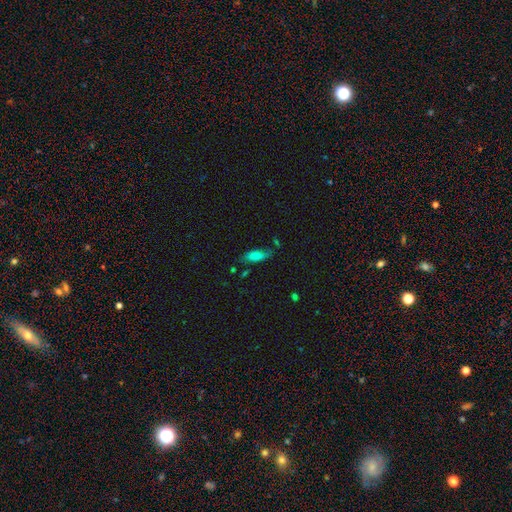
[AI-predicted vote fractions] Smooth or featured? smooth (68%)
How rounded? in between (66%)
Merging? none (68%)